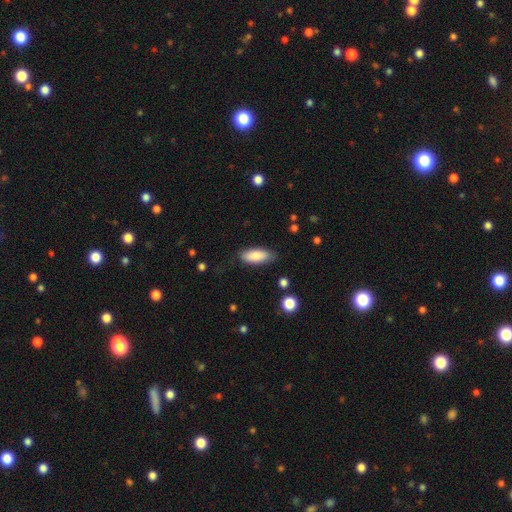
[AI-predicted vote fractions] Smooth or featured: smooth — 85% (featured or disk — 9%)
How rounded: in between — 79% (cigar-shaped — 19%)
Merging: none — 81% (minor disturbance — 14%)